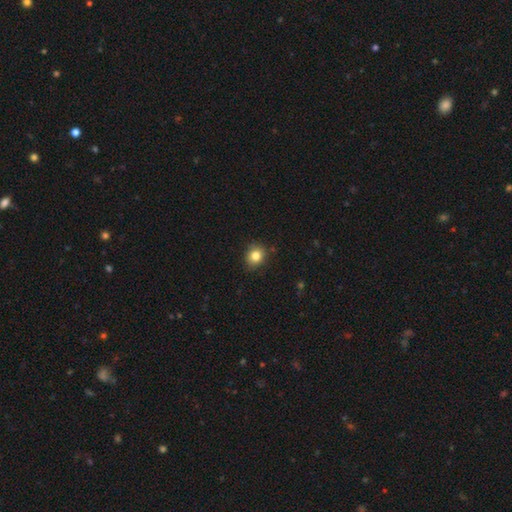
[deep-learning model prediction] smooth-or-featured: smooth: 82% | star or artifact: 11% | featured or disk: 7%
  how-rounded: round: 76% | in between: 24% | cigar-shaped: 1%
  merging: none: 84% | minor disturbance: 13% | major disturbance: 2% | merger: 1%